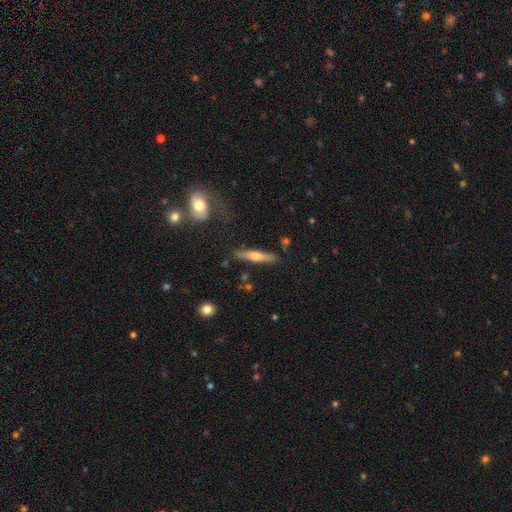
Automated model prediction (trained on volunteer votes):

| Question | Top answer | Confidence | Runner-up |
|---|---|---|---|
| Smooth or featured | featured or disk | 49% | smooth (44%) |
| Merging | none | 80% | minor disturbance (13%) |